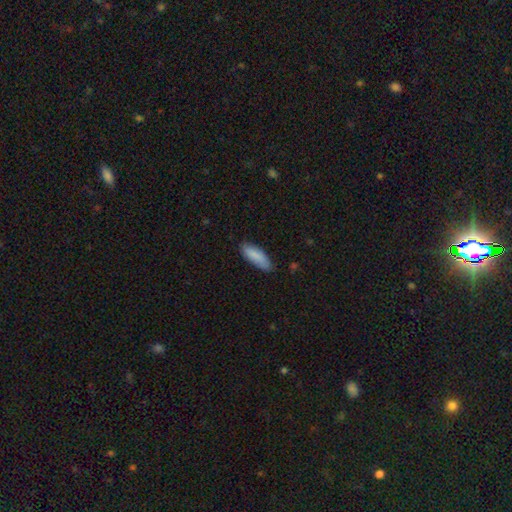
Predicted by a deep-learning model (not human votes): Morphology: type=smooth (86%); roundness=in between (62%); merging=none (75%).